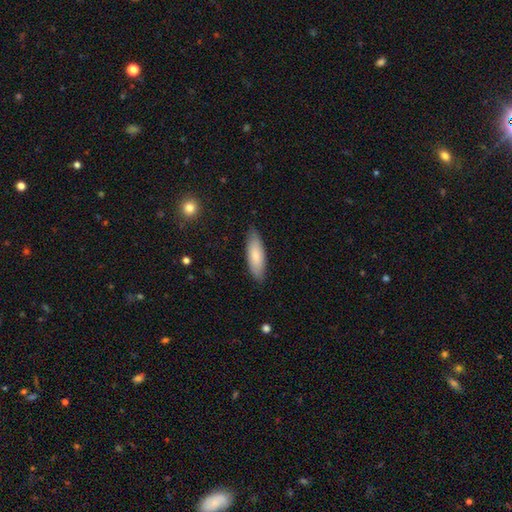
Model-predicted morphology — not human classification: A smooth galaxy with no disk features (79%) that is in between round and cigar-shaped (60%).

Vote fractions:
- Smooth or featured? smooth: 79% / featured or disk: 16% / star or artifact: 6%
- How rounded? in between: 60% / cigar-shaped: 38% / round: 2%
- Merging? none: 84% / minor disturbance: 12% / major disturbance: 2% / merger: 1%